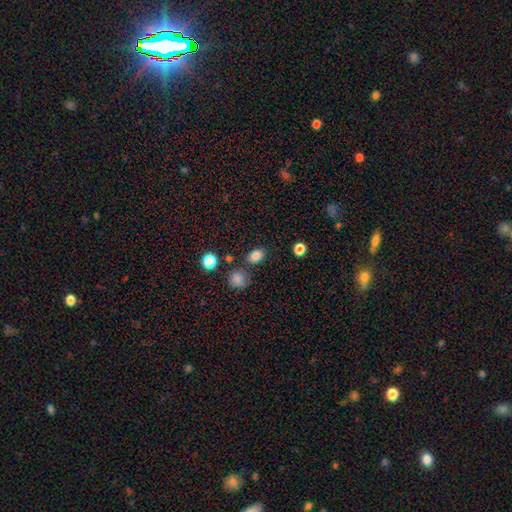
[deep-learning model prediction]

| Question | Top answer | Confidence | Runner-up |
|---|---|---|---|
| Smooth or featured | smooth | 83% | star or artifact (12%) |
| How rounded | in between | 68% | round (31%) |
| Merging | none | 78% | minor disturbance (12%) |